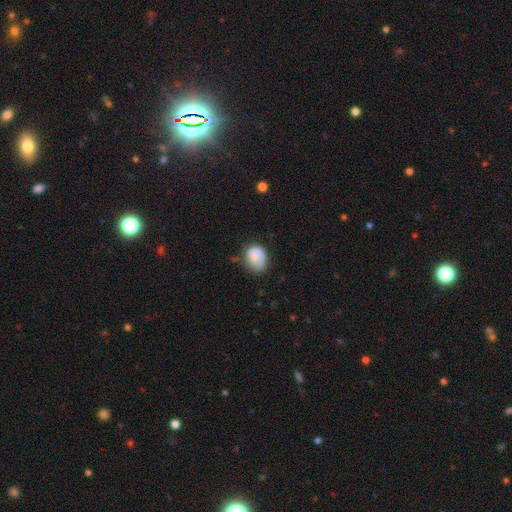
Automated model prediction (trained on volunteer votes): Smooth or featured? Predicted: smooth (p=0.75). How rounded? Predicted: in between (p=0.58). Merging? Predicted: none (p=0.57).